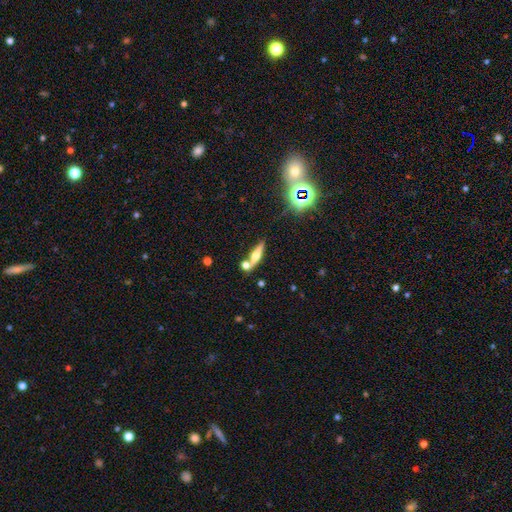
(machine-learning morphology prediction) Q: Smooth or featured?
A: featured or disk (54%); runner-up: smooth (35%)
Q: Edge-on disk?
A: yes (93%); runner-up: no (7%)
Q: Edge-on bulge?
A: rounded (90%); runner-up: boxy (6%)
Q: Merging?
A: none (65%); runner-up: merger (21%)